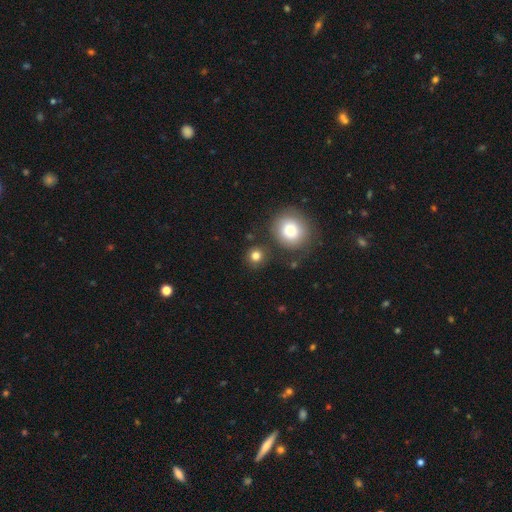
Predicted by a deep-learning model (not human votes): A smooth galaxy with no disk features (82%) that is round (90%). Merging: none (80%).